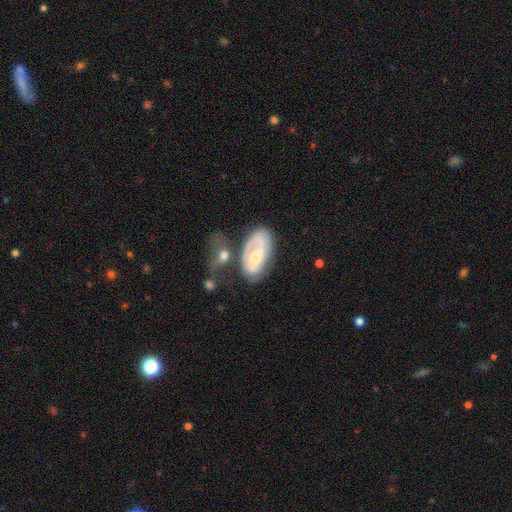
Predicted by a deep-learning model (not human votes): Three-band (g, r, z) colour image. It shows a featured or disk galaxy (64%) with no bar (54%), spiral arms (80%) and a small central bulge (51%). Merging: none (47%).